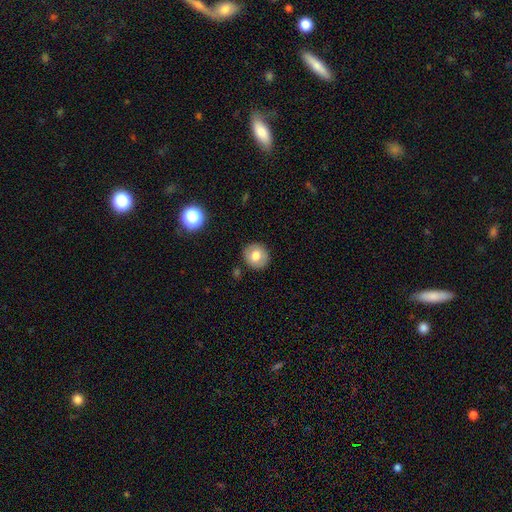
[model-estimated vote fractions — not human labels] Smooth or featured: smooth — 75% (featured or disk — 16%)
How rounded: round — 83% (in between — 16%)
Merging: none — 88% (minor disturbance — 8%)